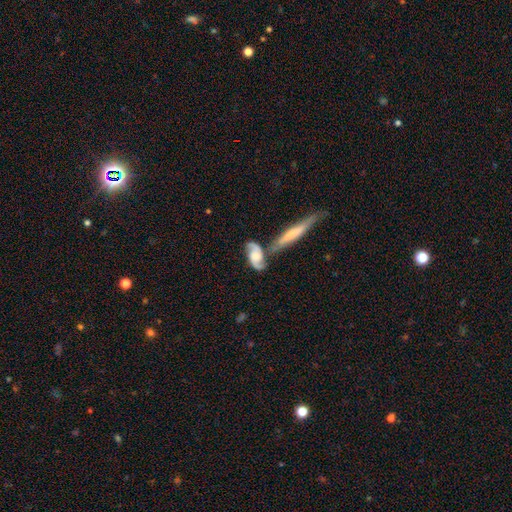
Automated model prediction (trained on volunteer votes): Overall: featured or disk (80%). Edge-on disk: no (92%). Bar: no (61%; weak 31%). Spiral arms: yes (96%). Spiral arm count: 2 (92%). Spiral winding: loose (43%, tied with medium). Bulge size: moderate (43%; small 24%). Merging: none (45%; merger 32%).